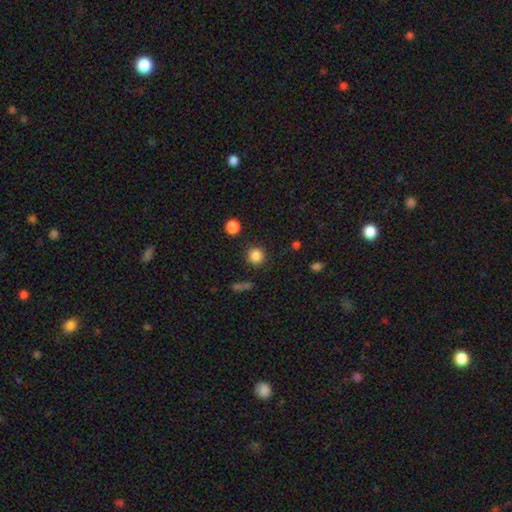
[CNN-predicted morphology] A smooth galaxy with no disk features (84%) that is round (93%). Merging: none (88%).